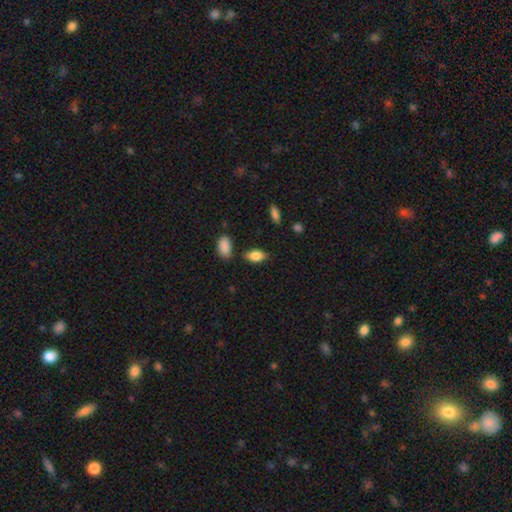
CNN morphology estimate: Overall: smooth (82%). How rounded: in between (89%). Merging: none (79%).